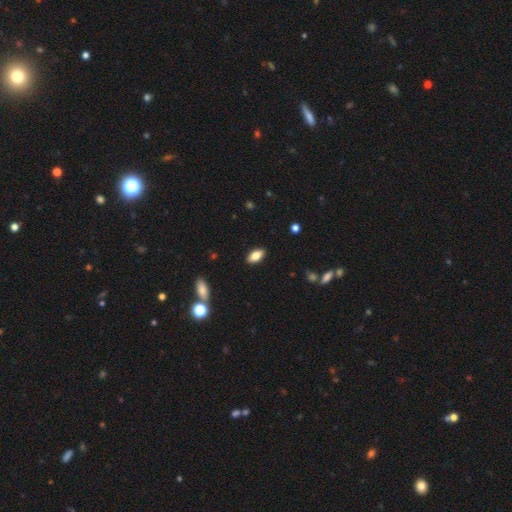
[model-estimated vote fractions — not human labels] smooth-or-featured: smooth: 78% | featured or disk: 14% | star or artifact: 8%
  how-rounded: in between: 89% | cigar-shaped: 8% | round: 3%
  merging: none: 88% | minor disturbance: 8% | major disturbance: 2% | merger: 1%